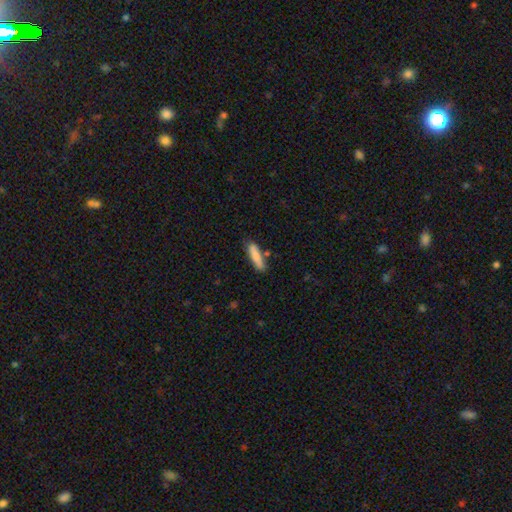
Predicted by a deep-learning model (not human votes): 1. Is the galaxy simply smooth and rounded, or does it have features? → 83% smooth, 10% featured or disk, 6% star or artifact.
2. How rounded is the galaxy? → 76% cigar-shaped, 22% in between, 1% round.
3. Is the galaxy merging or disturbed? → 76% none, 16% minor disturbance, 5% merger, 3% major disturbance.